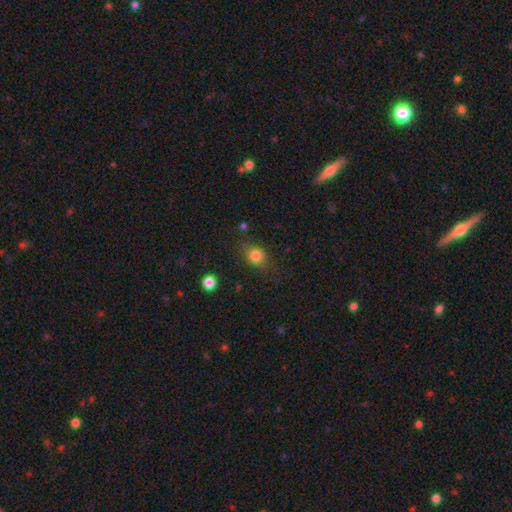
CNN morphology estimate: smooth-or-featured: smooth: 81% | star or artifact: 11% | featured or disk: 8%
  how-rounded: round: 64% | in between: 34% | cigar-shaped: 1%
  merging: none: 74% | minor disturbance: 17% | major disturbance: 6% | merger: 2%